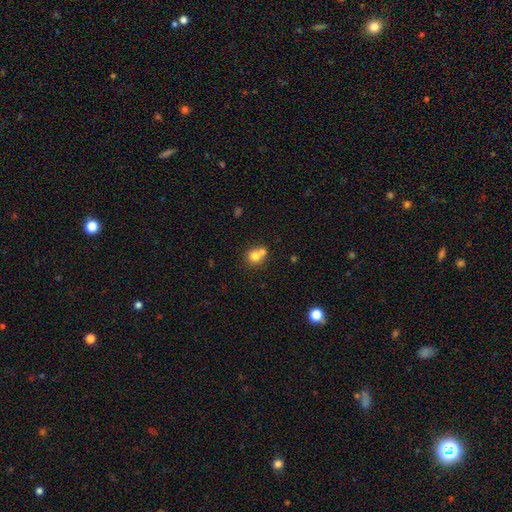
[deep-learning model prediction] Morphology: type=smooth (76%); roundness=round (81%); merging=merger (49%).